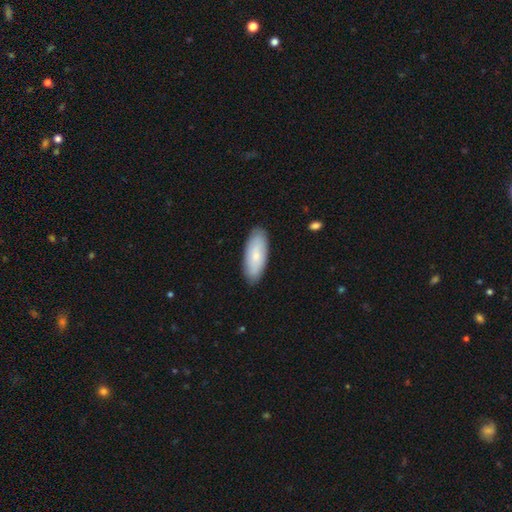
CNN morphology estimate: Smooth or featured? smooth (72%)
How rounded? in between (81%)
Merging? none (88%)